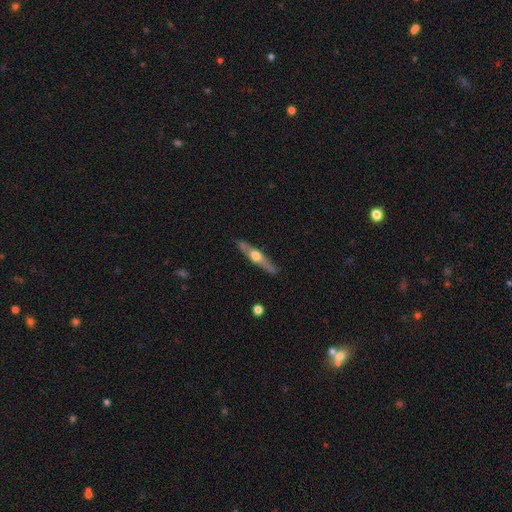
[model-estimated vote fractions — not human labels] smooth_or_featured: featured or disk (p=0.65) [alt: smooth p=0.30]
disk_edge_on: yes (p=0.93) [alt: no p=0.07]
edge_on_bulge: rounded (p=0.93) [alt: none p=0.04]
merging: none (p=0.87) [alt: minor disturbance p=0.10]